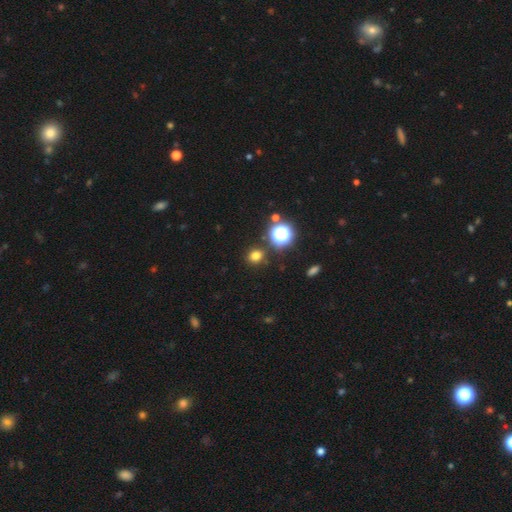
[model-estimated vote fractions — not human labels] Morphology: type=smooth (73%); roundness=round (86%); merging=none (87%).